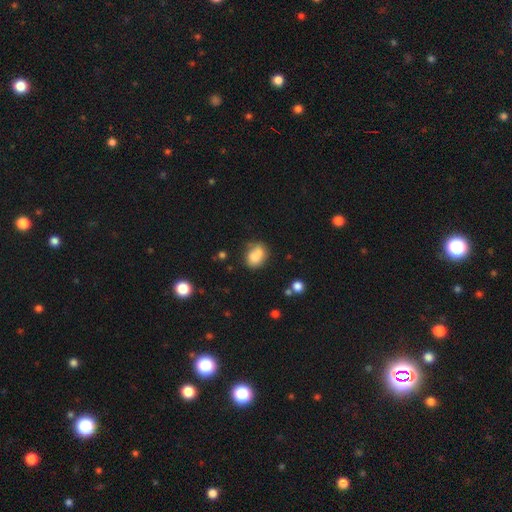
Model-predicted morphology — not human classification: This appears to be a smooth galaxy with no disk features (76%) that is in between round and cigar-shaped (60%). Merging: none (41%).